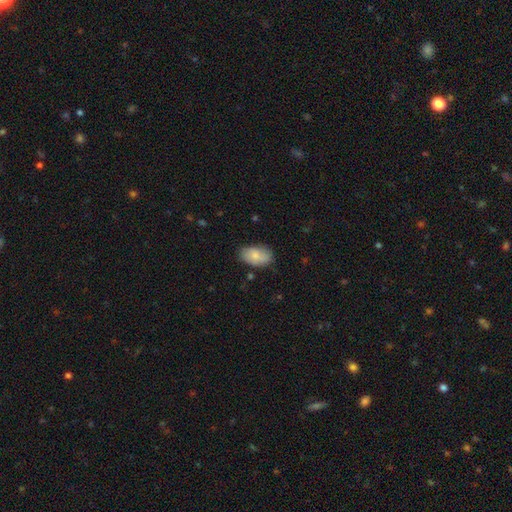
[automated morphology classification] smooth_or_featured: smooth (p=0.79) [alt: featured or disk p=0.14]
how_rounded: in between (p=0.93) [alt: round p=0.06]
merging: none (p=0.72) [alt: minor disturbance p=0.22]